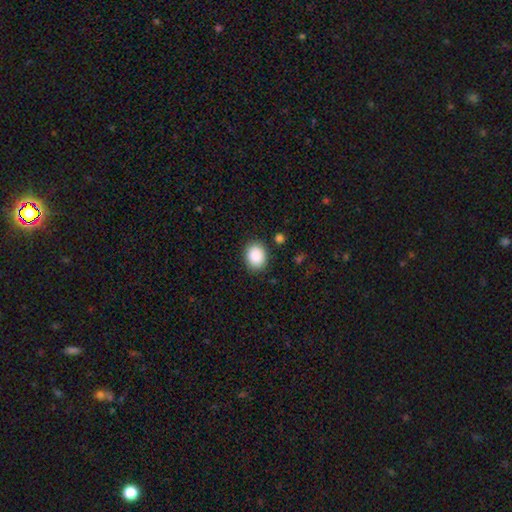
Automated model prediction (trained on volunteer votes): The model was most divided on "how rounded": round: 50%, in between: 49%, cigar-shaped: 1%. More confident: smooth or featured — smooth (89%); merging — none (86%).